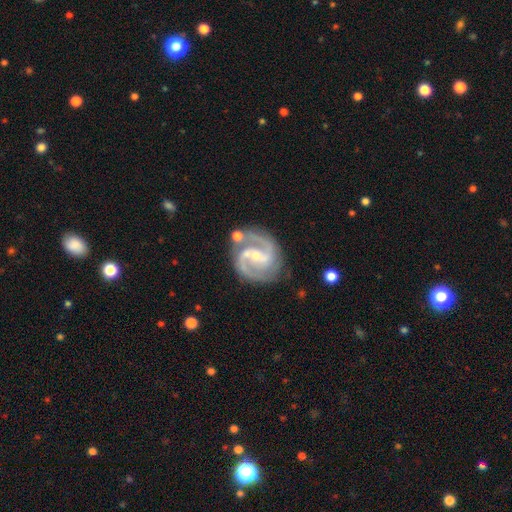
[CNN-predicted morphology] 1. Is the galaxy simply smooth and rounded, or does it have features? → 92% featured or disk, 5% star or artifact, 3% smooth.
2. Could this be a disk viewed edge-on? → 98% no, 2% yes.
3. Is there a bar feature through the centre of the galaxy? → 39% weak (tied), 39% strong (tied), 22% no.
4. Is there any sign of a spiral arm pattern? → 98% yes, 2% no.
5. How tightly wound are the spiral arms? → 62% medium, 26% tight, 12% loose.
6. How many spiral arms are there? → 91% 2, 4% 3, 2% can't tell, 1% 1, 1% 4, 1% more than 4.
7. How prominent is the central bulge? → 64% small, 33% moderate, 1% none, 1% large, 1% dominant.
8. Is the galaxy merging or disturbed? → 74% none, 15% minor disturbance, 6% merger, 5% major disturbance.